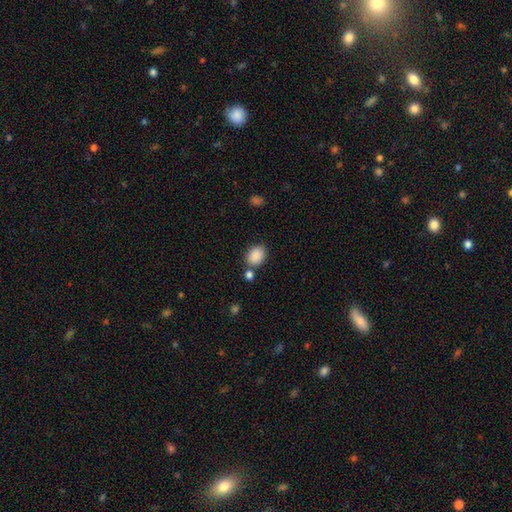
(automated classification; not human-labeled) This is clearly a smooth galaxy (89%). How rounded: likely in between (69%). Merging: likely none (71%).